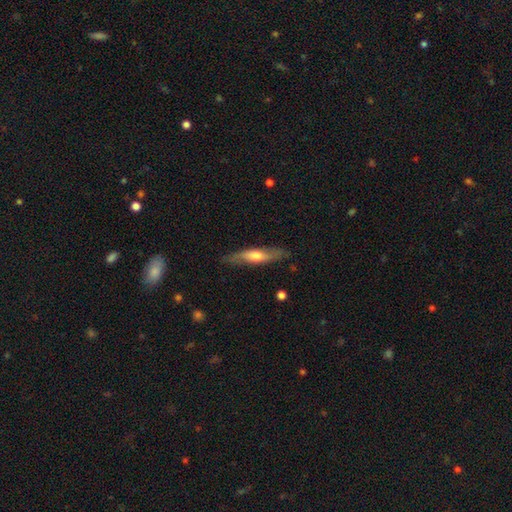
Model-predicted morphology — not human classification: Smooth or featured? Predicted: featured or disk (p=0.49). Merging? Predicted: none (p=0.80).